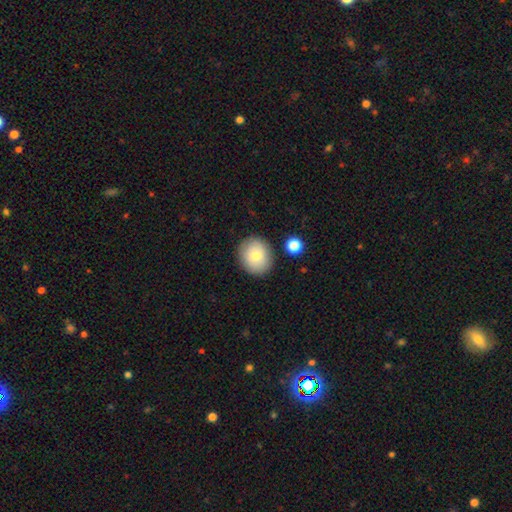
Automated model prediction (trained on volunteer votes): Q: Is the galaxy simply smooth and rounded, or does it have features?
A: smooth — 78%.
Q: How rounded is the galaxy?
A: round — 77%.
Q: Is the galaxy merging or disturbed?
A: none — 84%.